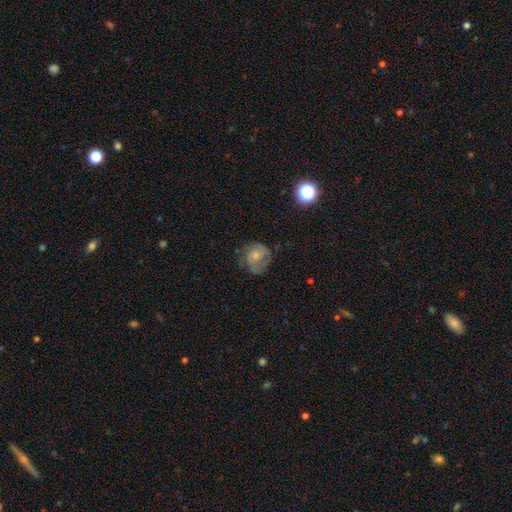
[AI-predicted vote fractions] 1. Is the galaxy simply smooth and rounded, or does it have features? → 46% featured or disk, 45% smooth, 9% star or artifact.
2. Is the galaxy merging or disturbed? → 53% none, 26% minor disturbance, 20% major disturbance, 2% merger.